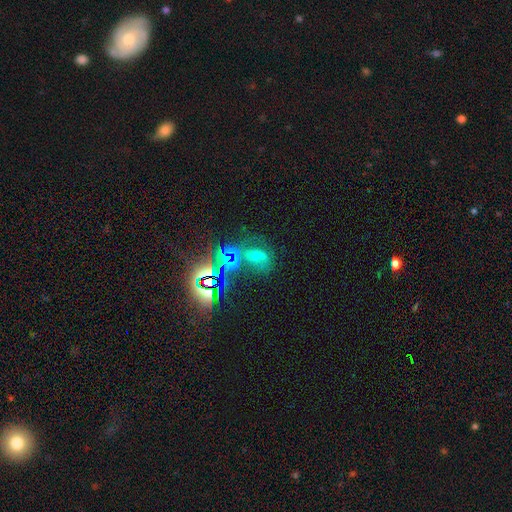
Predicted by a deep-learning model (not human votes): A featured or disk galaxy (40%). Merging: none (57%).